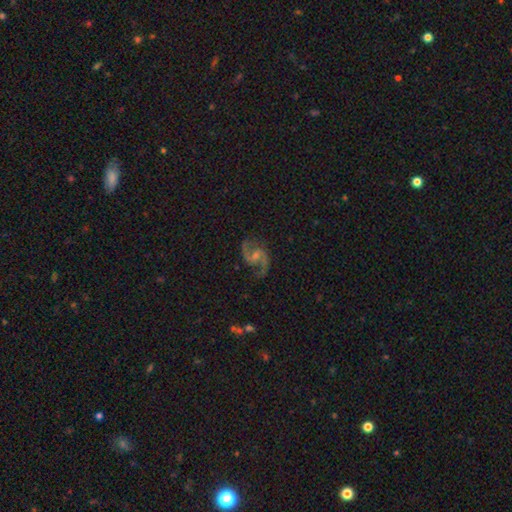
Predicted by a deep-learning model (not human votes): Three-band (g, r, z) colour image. It shows a featured or disk galaxy (91%) with a weak bar (44%, tied with no), 2 (94%) medium (54%) spiral arms (98%) and a small central bulge (53%). Merging: none (80%).